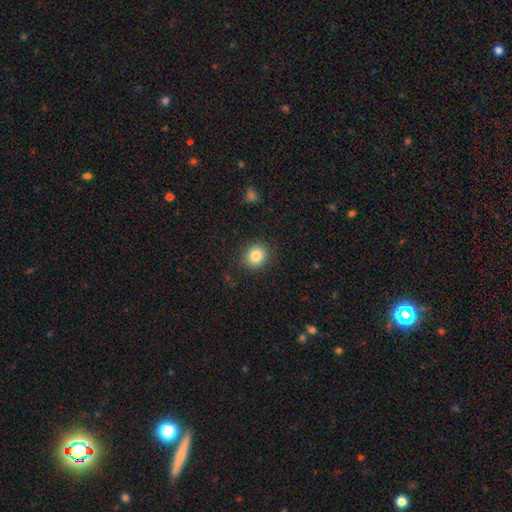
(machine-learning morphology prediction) smooth_or_featured: smooth (p=0.84) [alt: star or artifact p=0.10]
how_rounded: round (p=0.78) [alt: in between p=0.21]
merging: none (p=0.88) [alt: minor disturbance p=0.08]